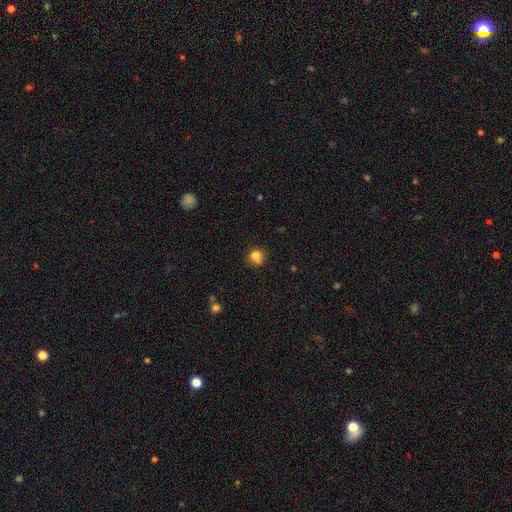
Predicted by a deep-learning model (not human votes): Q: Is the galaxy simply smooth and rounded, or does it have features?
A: smooth — 78%.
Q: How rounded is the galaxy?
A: round — 82%.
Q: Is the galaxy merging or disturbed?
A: none — 64%.